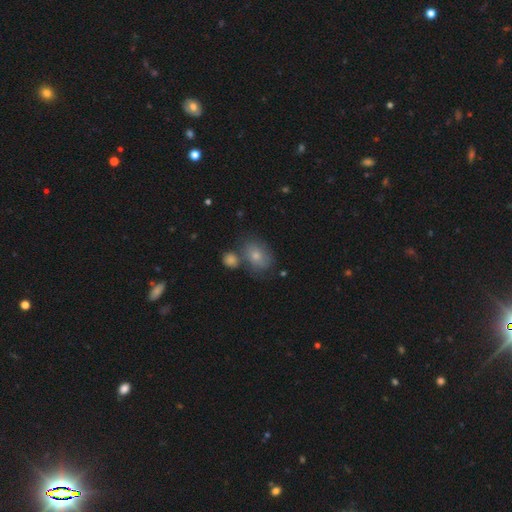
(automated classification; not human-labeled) smooth-or-featured: smooth: 56% | featured or disk: 25% | star or artifact: 18%
  how-rounded: in between: 60% | round: 38% | cigar-shaped: 2%
  merging: none: 62% | merger: 19% | minor disturbance: 14% | major disturbance: 5%